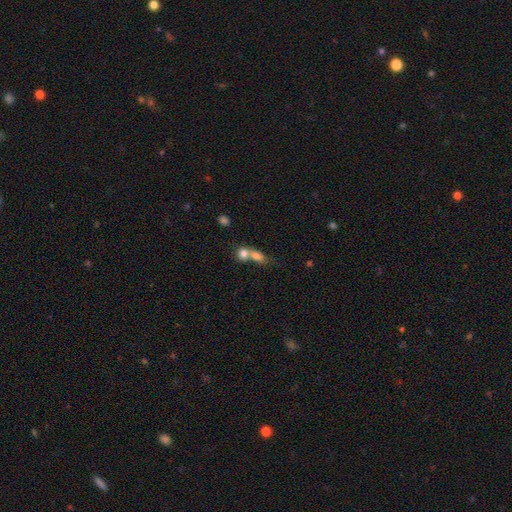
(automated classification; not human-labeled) The model was most divided on "how rounded": in between: 53%, round: 42%, cigar-shaped: 5%. More confident: smooth or featured — smooth (76%); merging — merger (71%).